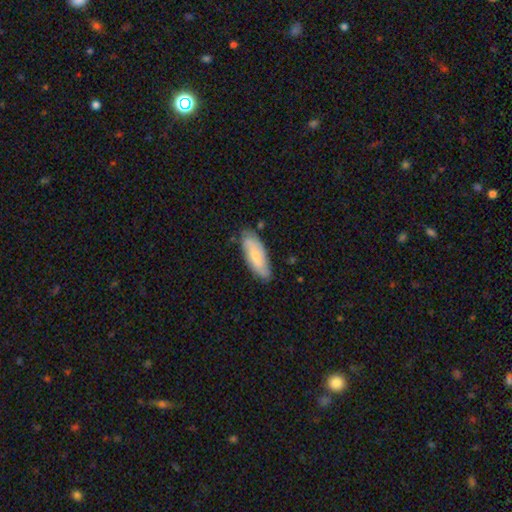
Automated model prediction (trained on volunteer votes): Morphology: type=smooth (57%); roundness=in between (66%); merging=none (76%).